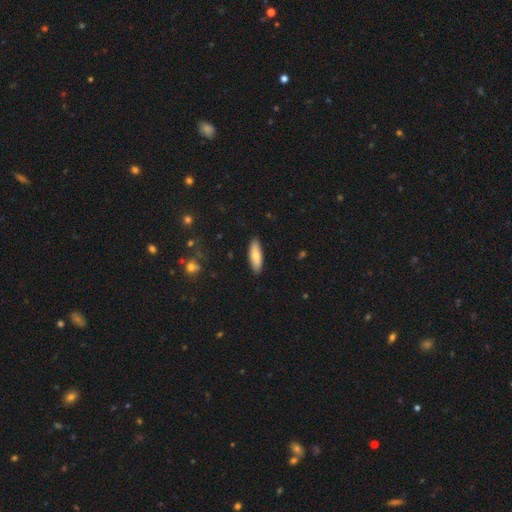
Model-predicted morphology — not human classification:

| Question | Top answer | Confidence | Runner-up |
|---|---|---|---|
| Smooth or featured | smooth | 76% | featured or disk (18%) |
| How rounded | in between | 55% | cigar-shaped (43%) |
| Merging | none | 88% | minor disturbance (9%) |